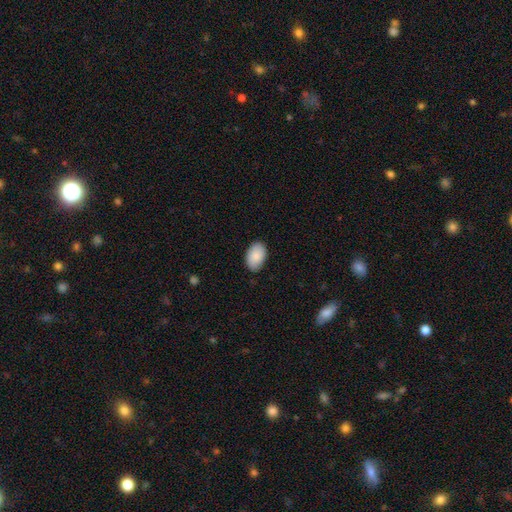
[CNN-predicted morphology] The model was most divided on "merging": none: 84%, minor disturbance: 13%, major disturbance: 2%, merger: 1%. More confident: how rounded — in between (92%); smooth or featured — smooth (89%).